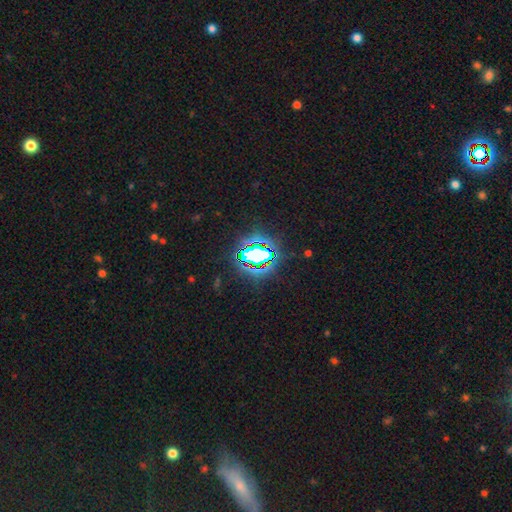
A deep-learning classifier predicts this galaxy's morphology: The model was most divided on "smooth or featured": star or artifact: 69%, smooth: 19%, featured or disk: 12%.